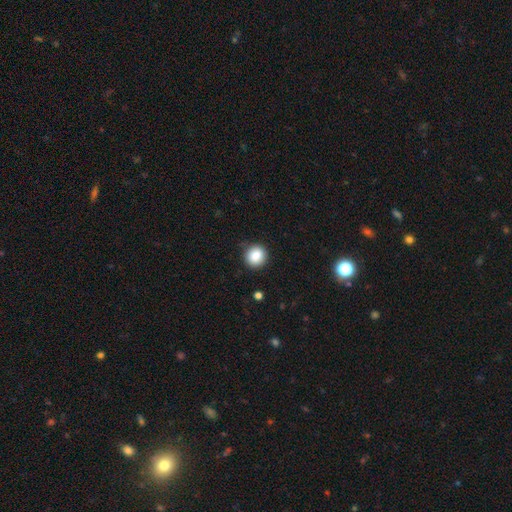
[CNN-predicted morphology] type=smooth (88%); roundness=round (90%); merging=none (86%).